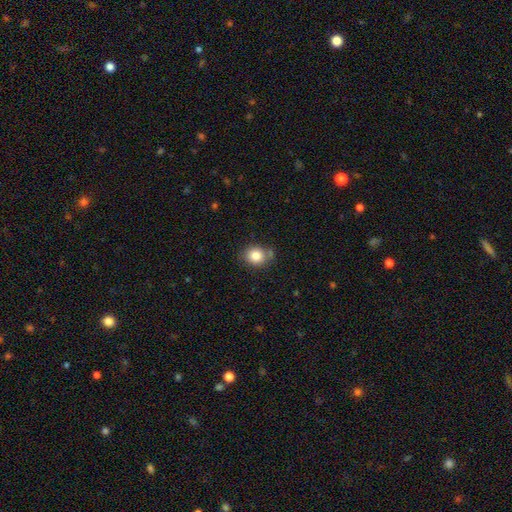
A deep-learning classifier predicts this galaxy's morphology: smooth-or-featured: smooth: 82% | star or artifact: 10% | featured or disk: 8%
  how-rounded: round: 72% | in between: 27% | cigar-shaped: 1%
  merging: none: 73% | minor disturbance: 15% | merger: 8% | major disturbance: 4%